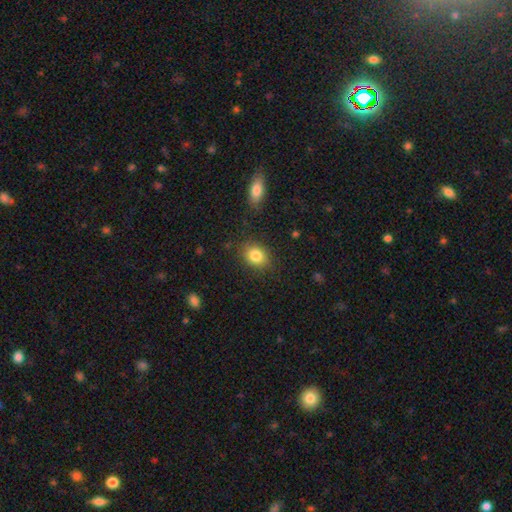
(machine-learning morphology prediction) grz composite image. It shows a smooth galaxy with no disk features (84%) that is in between round and cigar-shaped (58%). Merging: none (84%).